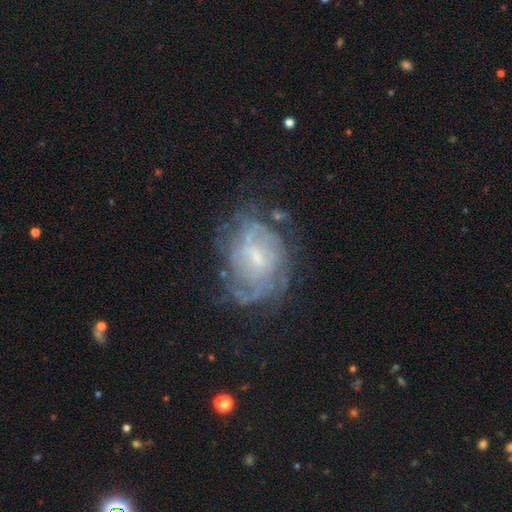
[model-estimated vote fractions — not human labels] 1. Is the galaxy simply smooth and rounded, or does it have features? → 78% featured or disk, 14% smooth, 8% star or artifact.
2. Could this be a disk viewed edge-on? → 97% no, 3% yes.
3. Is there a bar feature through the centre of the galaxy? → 54% weak, 37% no, 9% strong.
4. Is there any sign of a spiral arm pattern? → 81% yes, 19% no.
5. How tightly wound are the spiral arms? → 53% tight, 34% medium, 13% loose.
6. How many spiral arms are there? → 56% can't tell, 16% 2, 11% 3, 8% 4, 5% 1, 5% more than 4.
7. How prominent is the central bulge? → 58% small, 30% moderate, 9% none, 2% large, 1% dominant.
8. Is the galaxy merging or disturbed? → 60% none, 23% minor disturbance, 15% major disturbance, 3% merger.